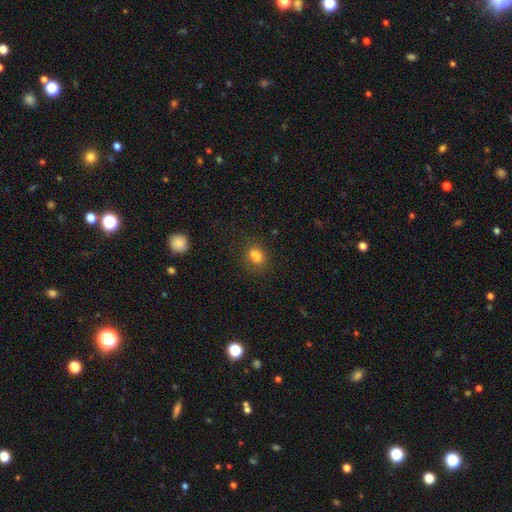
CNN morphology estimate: A smooth galaxy with no disk features (80%) that is in between round and cigar-shaped (72%). Merging: none (68%).